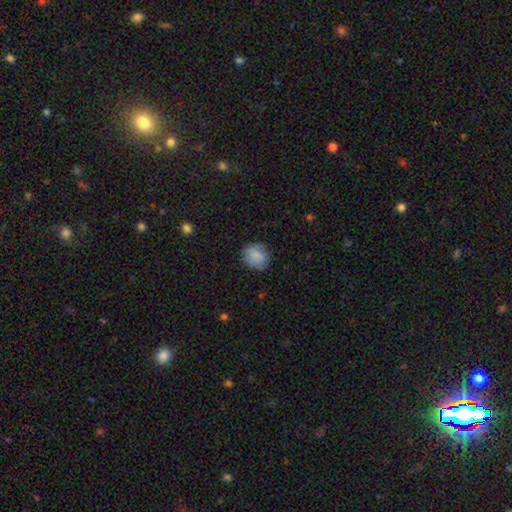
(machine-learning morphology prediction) Overall: smooth (86%). How rounded: round (64%; in between 35%). Merging: none (81%).